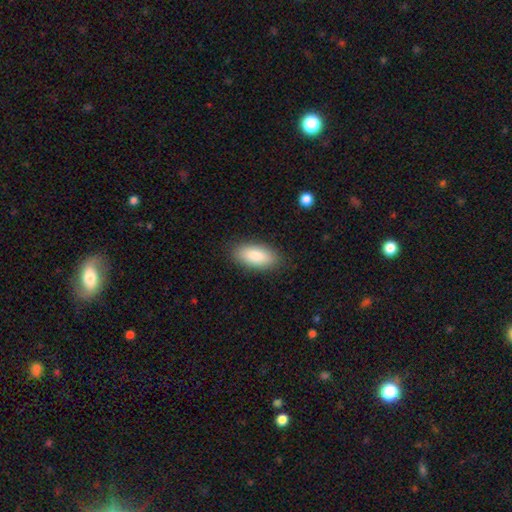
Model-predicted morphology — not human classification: Overall: smooth (88%). How rounded: in between (92%). Merging: none (88%).